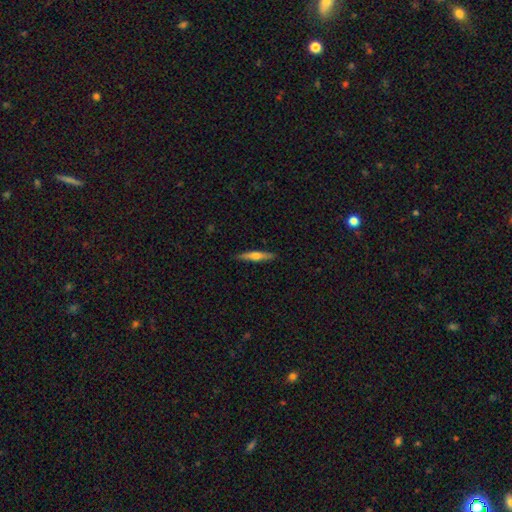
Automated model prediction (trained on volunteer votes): Smooth or featured: featured or disk — 49% (smooth — 45%)
Merging: none — 89% (minor disturbance — 8%)